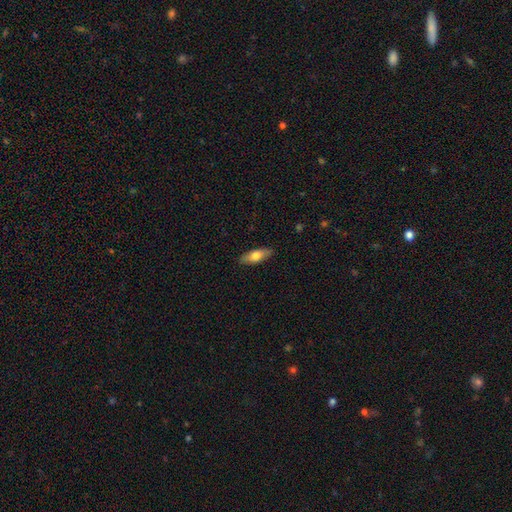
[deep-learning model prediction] A smooth galaxy with no disk features (67%) that is in between round and cigar-shaped (68%). Merging: none (88%).